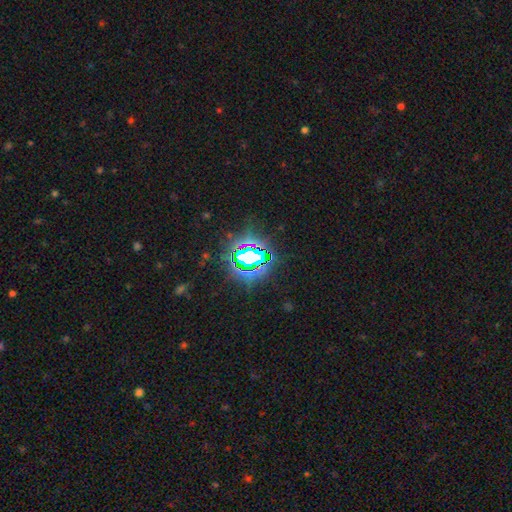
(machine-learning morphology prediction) type=star or artifact (81%).